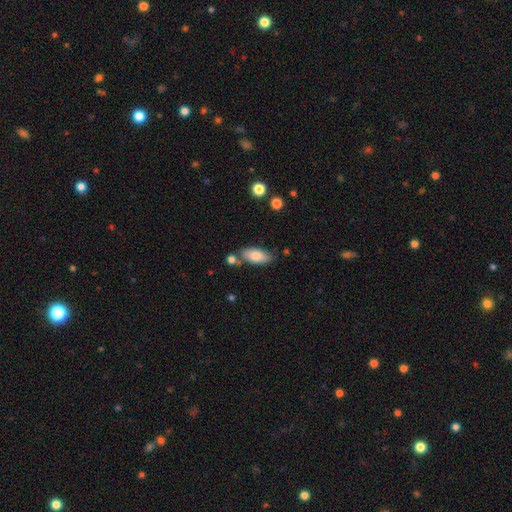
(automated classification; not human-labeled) Overall: smooth (80%). How rounded: in between (87%). Merging: none (69%).